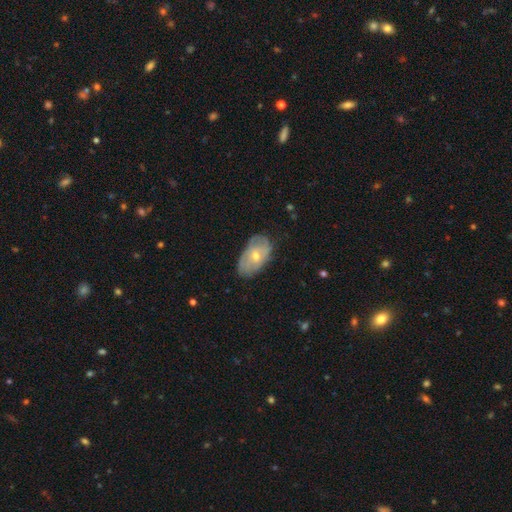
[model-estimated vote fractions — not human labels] smooth_or_featured: featured or disk (p=0.51) [alt: smooth p=0.42]
disk_edge_on: no (p=0.91) [alt: yes p=0.09]
merging: none (p=0.69) [alt: minor disturbance p=0.24]